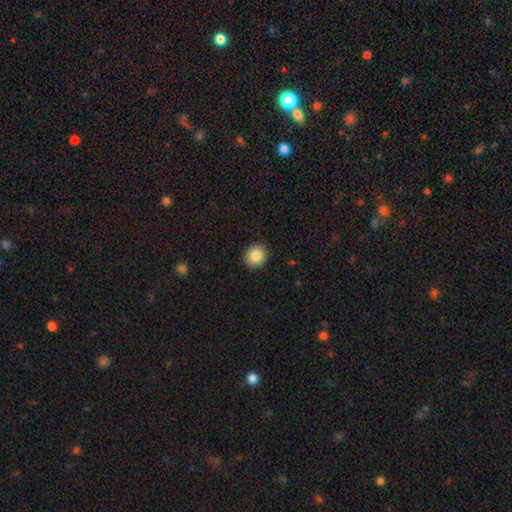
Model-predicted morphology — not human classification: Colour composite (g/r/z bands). It shows a smooth galaxy with no disk features (86%) that is round (71%). Merging: none (91%).